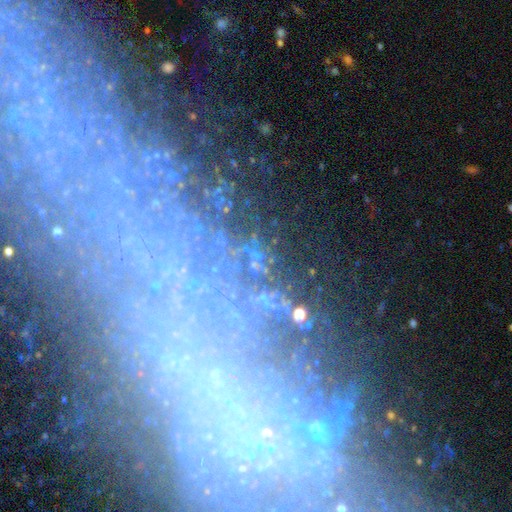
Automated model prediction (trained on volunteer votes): Smooth or featured? star or artifact (49%)